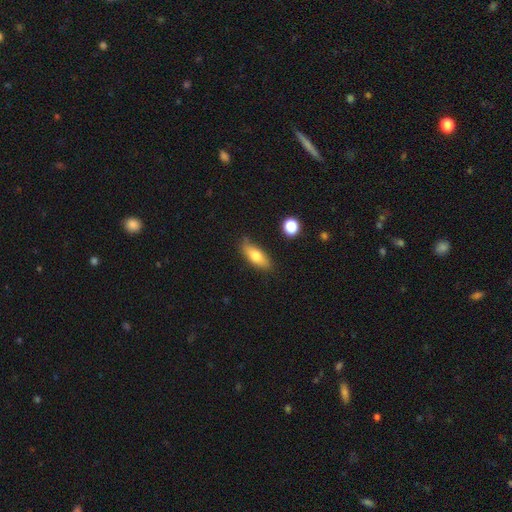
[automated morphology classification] The model was most divided on "how rounded": in between: 73%, cigar-shaped: 23%, round: 3%. More confident: merging — none (76%); smooth or featured — smooth (73%).